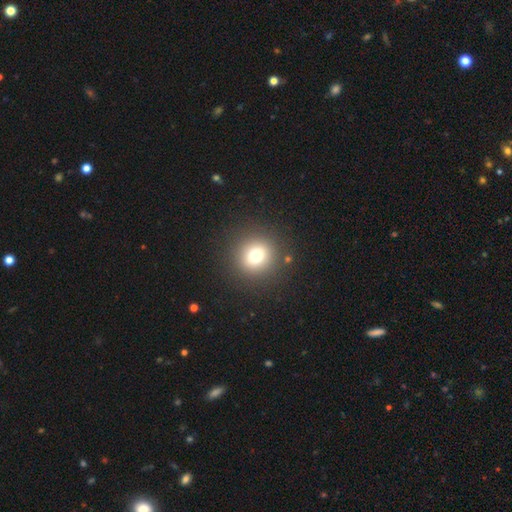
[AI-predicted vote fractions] Morphology: type=smooth (74%); roundness=round (90%); merging=none (89%).